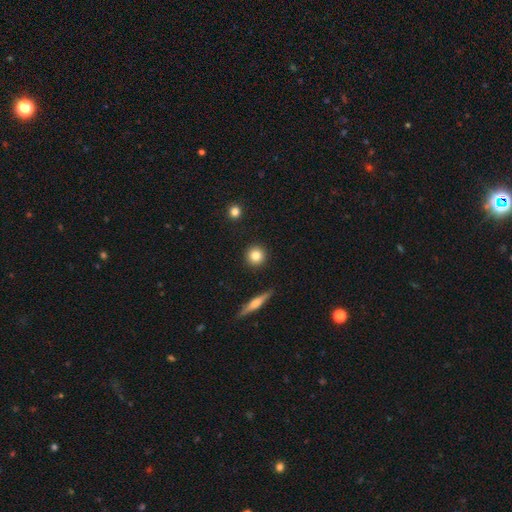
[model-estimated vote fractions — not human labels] The model was most divided on "smooth or featured": smooth: 82%, star or artifact: 9%, featured or disk: 8%. More confident: how rounded — round (93%); merging — none (91%).